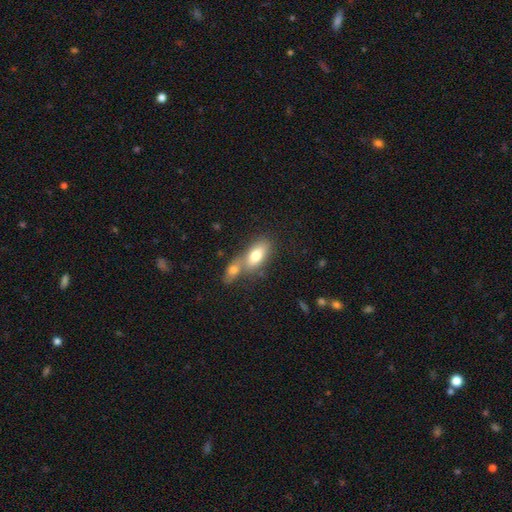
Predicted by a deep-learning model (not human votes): smooth_or_featured: smooth (p=0.75) [alt: featured or disk p=0.18]
how_rounded: in between (p=0.86) [alt: cigar-shaped p=0.09]
merging: merger (p=0.56) [alt: none p=0.31]